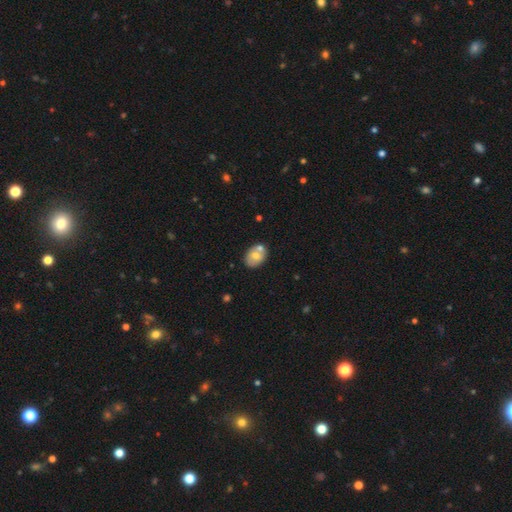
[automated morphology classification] A smooth galaxy with no disk features (65%) that is in between round and cigar-shaped (71%).

Vote fractions:
- Smooth or featured? smooth: 65% / featured or disk: 27% / star or artifact: 8%
- How rounded? in between: 71% / round: 28% / cigar-shaped: 1%
- Merging? none: 59% / merger: 24% / minor disturbance: 14% / major disturbance: 3%